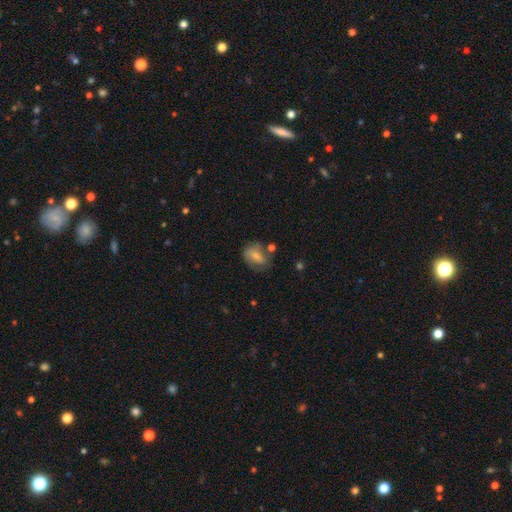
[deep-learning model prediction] Smooth or featured? smooth (63%)
How rounded? in between (65%)
Merging? none (59%)